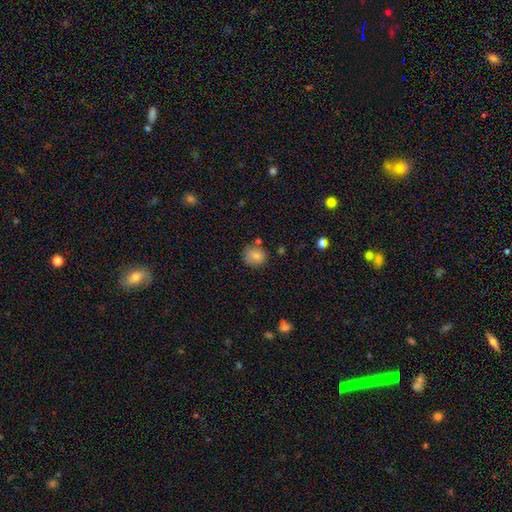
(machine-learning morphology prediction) Smooth or featured? Predicted: smooth (p=0.82). How rounded? Predicted: round (p=0.78). Merging? Predicted: none (p=0.72).